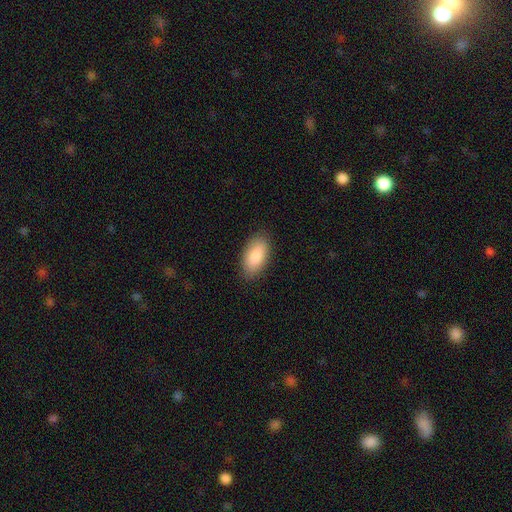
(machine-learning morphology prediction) Smooth or featured? Predicted: smooth (p=0.87). How rounded? Predicted: in between (p=0.92). Merging? Predicted: none (p=0.87).